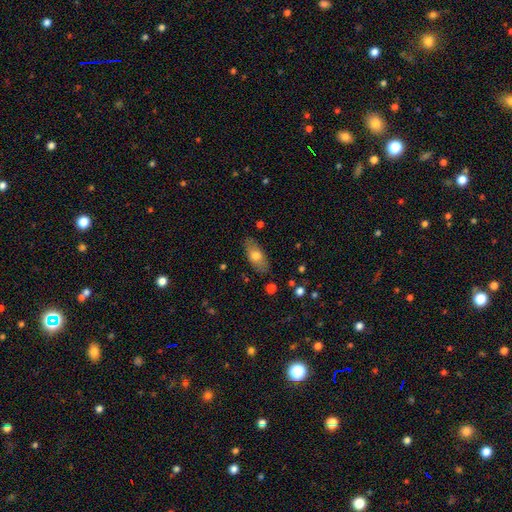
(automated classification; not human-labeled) Smooth or featured? Predicted: smooth (p=0.71). How rounded? Predicted: in between (p=0.86). Merging? Predicted: none (p=0.82).